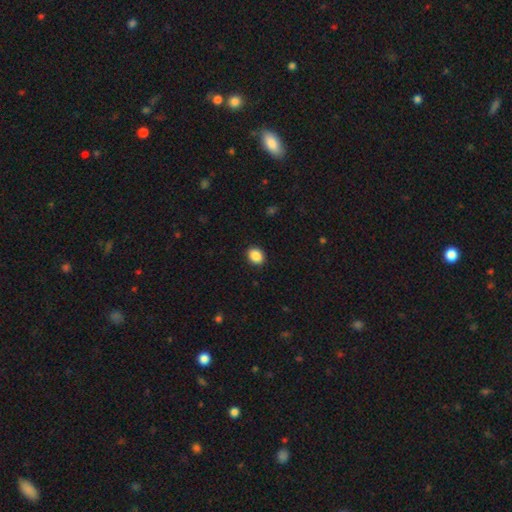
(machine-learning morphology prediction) smooth-or-featured: smooth: 89% | star or artifact: 8% | featured or disk: 3%
  how-rounded: round: 51% | in between: 48% | cigar-shaped: 1%
  merging: none: 91% | minor disturbance: 6% | major disturbance: 2% | merger: 1%